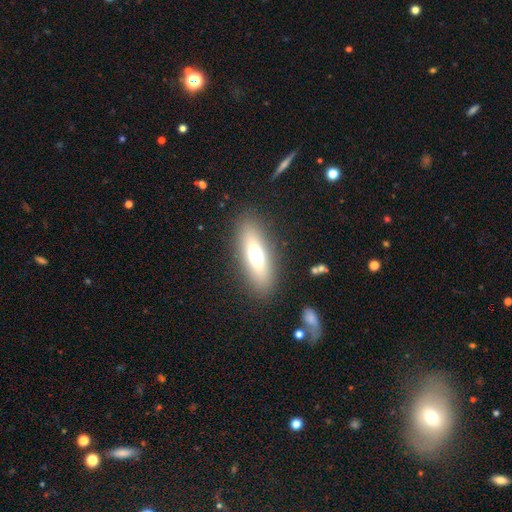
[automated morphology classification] A smooth galaxy with no disk features (60%) that is in between round and cigar-shaped (59%). Merging: none (86%).